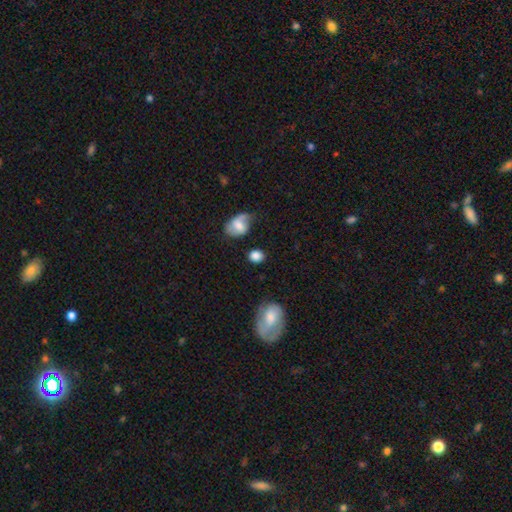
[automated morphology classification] Smooth or featured: smooth — 81% (featured or disk — 10%)
How rounded: round — 56% (in between — 42%)
Merging: none — 70% (minor disturbance — 18%)